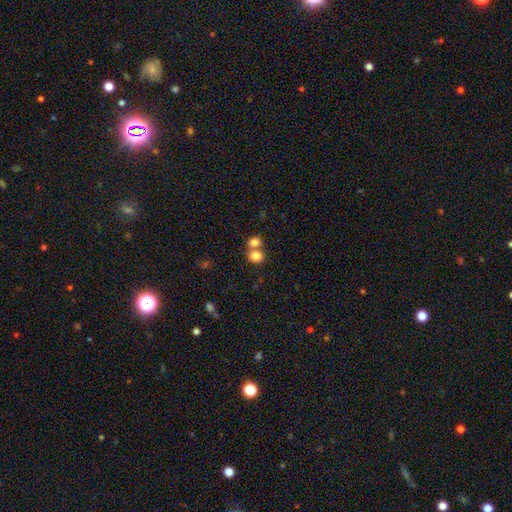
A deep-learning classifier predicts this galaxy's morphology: This appears to be a smooth galaxy with no disk features (81%) that is round (58%). Merging: merger (53%).